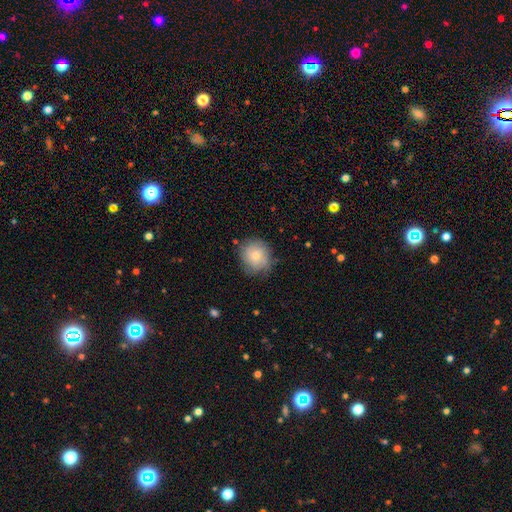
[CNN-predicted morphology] Smooth or featured? smooth (66%)
How rounded? round (85%)
Merging? none (72%)